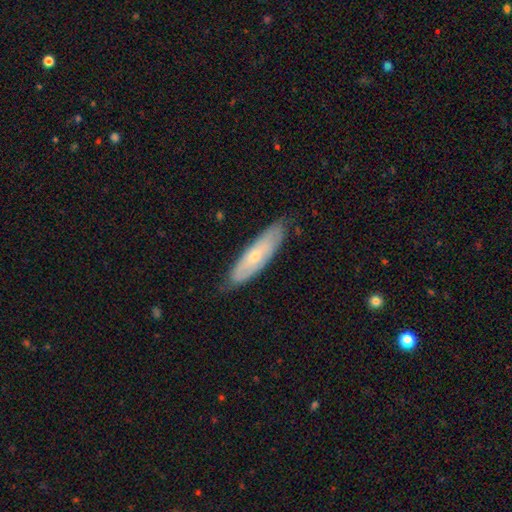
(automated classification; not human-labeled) Smooth or featured: smooth — 50% (featured or disk — 44%)
How rounded: cigar-shaped — 61% (in between — 37%)
Merging: none — 73% (minor disturbance — 22%)